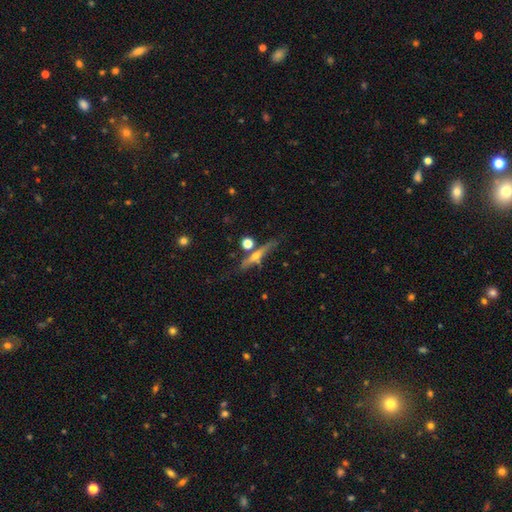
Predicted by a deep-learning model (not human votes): smooth_or_featured: featured or disk (p=0.59) [alt: smooth p=0.32]
disk_edge_on: yes (p=0.92) [alt: no p=0.08]
edge_on_bulge: rounded (p=0.83) [alt: none p=0.13]
merging: none (p=0.71) [alt: minor disturbance p=0.14]